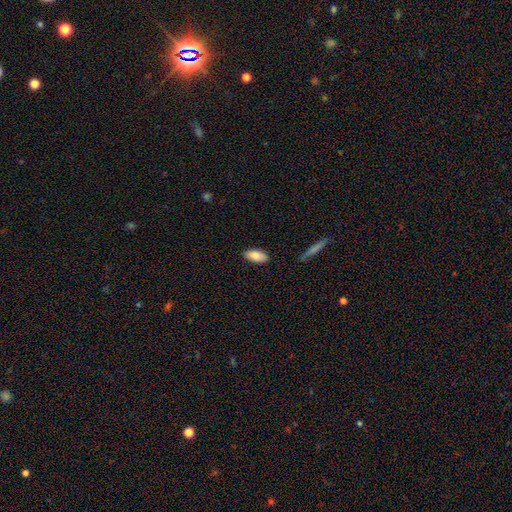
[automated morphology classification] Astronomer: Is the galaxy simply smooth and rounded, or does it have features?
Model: smooth — 85%.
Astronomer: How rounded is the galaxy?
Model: in between — 90%.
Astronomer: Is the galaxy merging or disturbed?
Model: none — 87%.